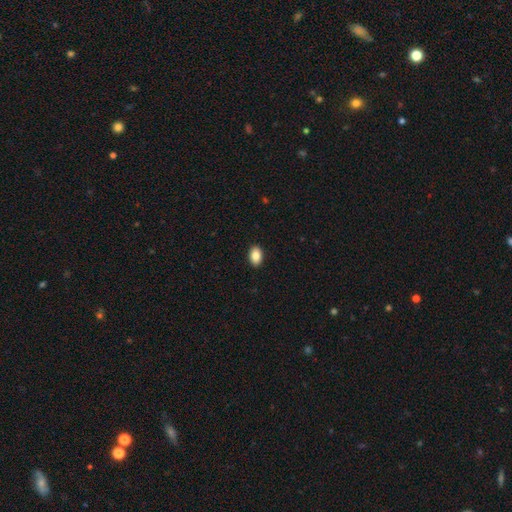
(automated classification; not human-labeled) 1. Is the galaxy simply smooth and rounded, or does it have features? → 87% smooth, 8% star or artifact, 5% featured or disk.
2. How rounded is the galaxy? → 87% in between, 11% round, 1% cigar-shaped.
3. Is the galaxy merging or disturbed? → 91% none, 6% minor disturbance, 1% major disturbance, 1% merger.